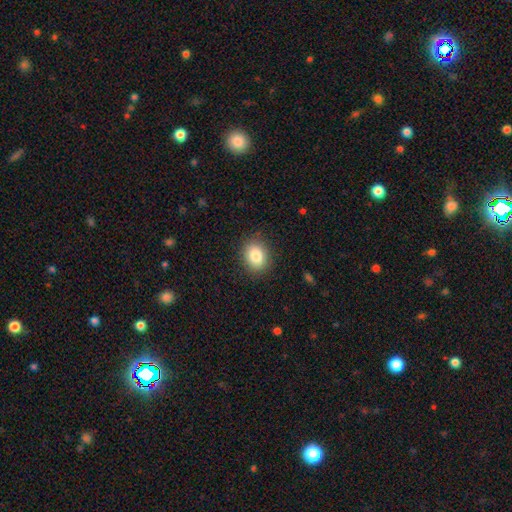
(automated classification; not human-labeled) Smooth or featured? Predicted: smooth (p=0.85). How rounded? Predicted: in between (p=0.51). Merging? Predicted: none (p=0.87).